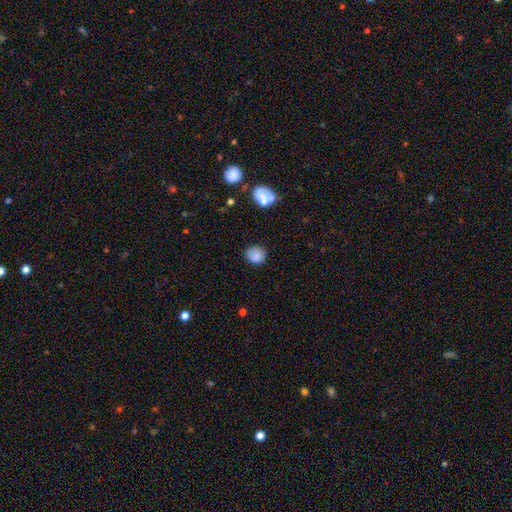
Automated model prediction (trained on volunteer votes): This is clearly a smooth galaxy (83%). How rounded: clearly round (84%). Merging: clearly none (81%).